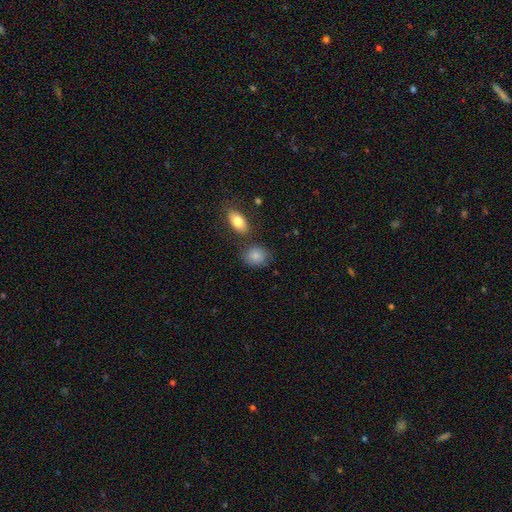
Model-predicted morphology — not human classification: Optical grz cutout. It shows a smooth galaxy with no disk features (85%) that is in between round and cigar-shaped (50%). Merging: none (70%).